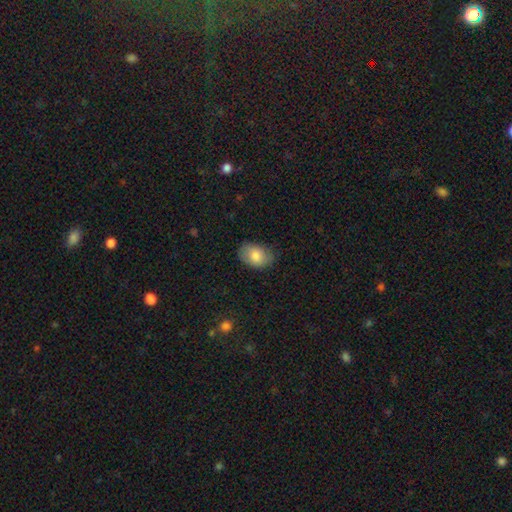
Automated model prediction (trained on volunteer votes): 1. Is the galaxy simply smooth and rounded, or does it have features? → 81% smooth, 12% featured or disk, 7% star or artifact.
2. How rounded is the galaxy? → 83% in between, 16% round, 1% cigar-shaped.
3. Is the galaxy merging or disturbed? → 76% none, 19% minor disturbance, 4% major disturbance, 1% merger.